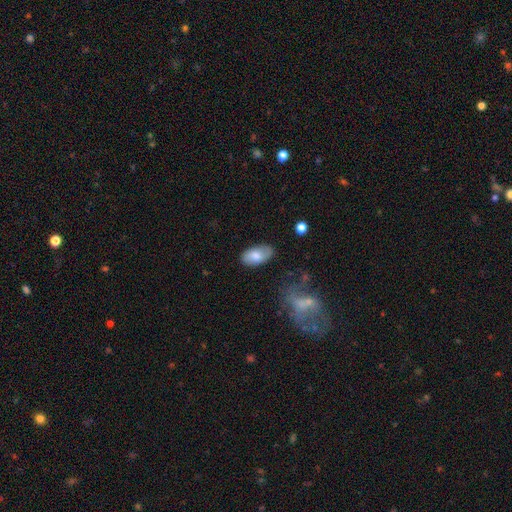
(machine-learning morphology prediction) Smooth or featured? smooth (76%)
How rounded? in between (94%)
Merging? none (78%)